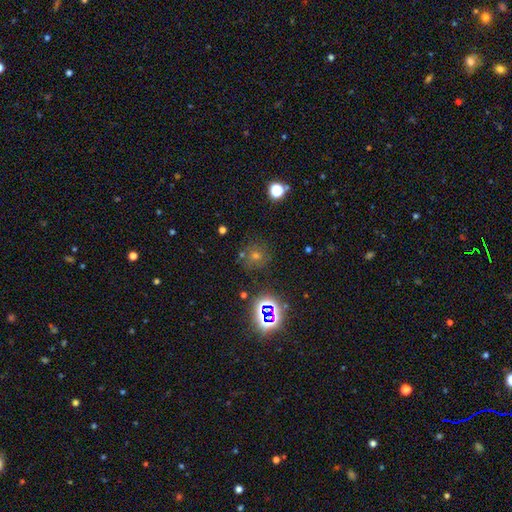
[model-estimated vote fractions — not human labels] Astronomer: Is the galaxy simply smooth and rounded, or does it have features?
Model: smooth — 53% (runner-up: star or artifact, 35%).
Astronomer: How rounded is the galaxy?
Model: round — 89%.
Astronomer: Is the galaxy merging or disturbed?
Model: none — 77%.